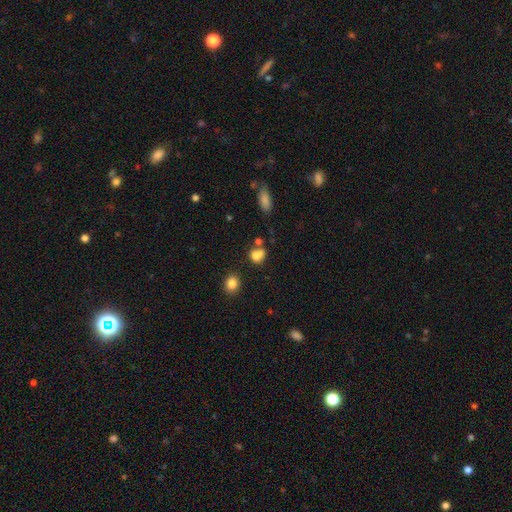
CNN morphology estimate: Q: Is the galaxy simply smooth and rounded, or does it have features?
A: smooth — 77%.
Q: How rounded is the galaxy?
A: round — 59%.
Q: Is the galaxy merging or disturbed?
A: none — 43%.